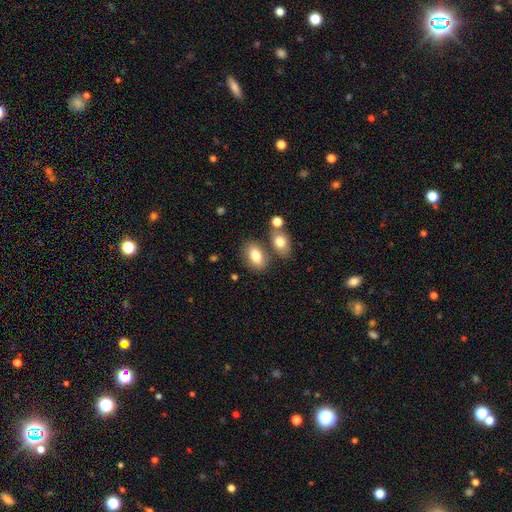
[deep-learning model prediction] Smooth or featured? Predicted: smooth (p=0.81). How rounded? Predicted: in between (p=0.88). Merging? Predicted: none (p=0.63).